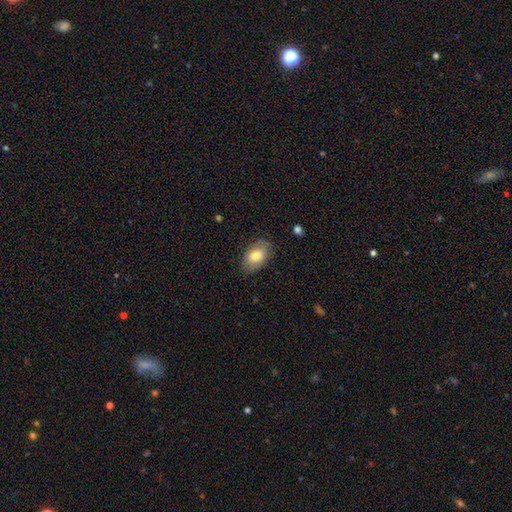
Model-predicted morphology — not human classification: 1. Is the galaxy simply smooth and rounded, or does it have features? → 77% smooth, 16% featured or disk, 7% star or artifact.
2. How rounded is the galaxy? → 88% in between, 11% round, 1% cigar-shaped.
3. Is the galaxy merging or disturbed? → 81% none, 15% minor disturbance, 4% major disturbance, 1% merger.